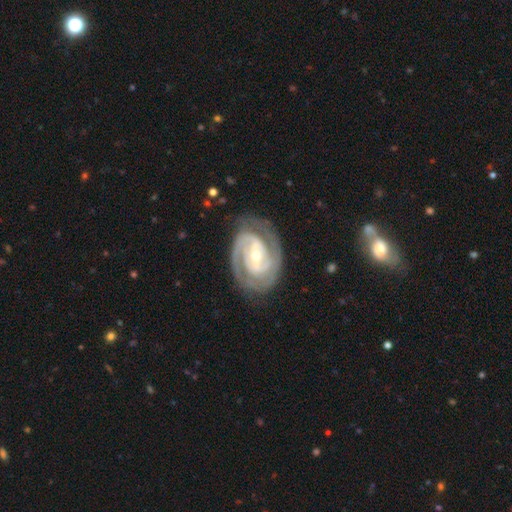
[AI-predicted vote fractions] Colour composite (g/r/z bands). It shows a featured or disk galaxy (91%) with a weak bar (41%), 2 (81%) tight (66%) spiral arms (98%) and a moderate central bulge (48%, tied with small). Merging: none (79%).